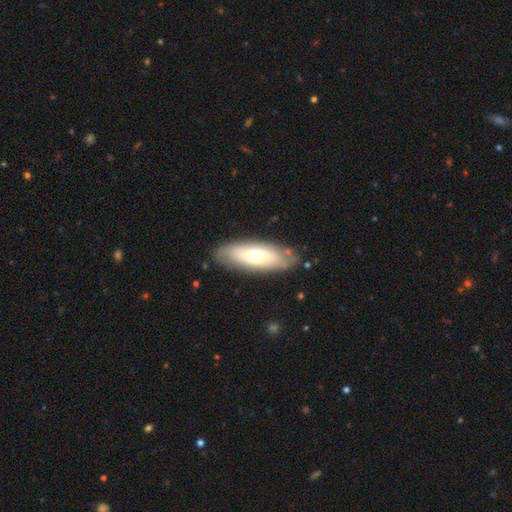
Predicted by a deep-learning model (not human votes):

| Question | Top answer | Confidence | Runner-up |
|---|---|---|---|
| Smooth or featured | smooth | 53% | featured or disk (41%) |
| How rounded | in between | 70% | cigar-shaped (28%) |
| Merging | none | 83% | minor disturbance (12%) |